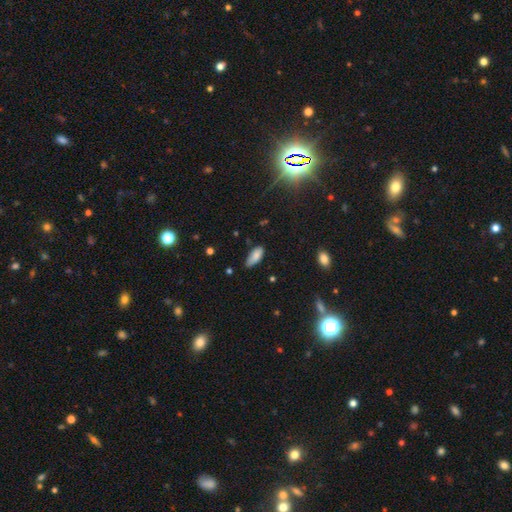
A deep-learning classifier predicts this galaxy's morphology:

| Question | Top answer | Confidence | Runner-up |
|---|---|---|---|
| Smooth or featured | smooth | 84% | star or artifact (8%) |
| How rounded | in between | 86% | cigar-shaped (12%) |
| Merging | none | 62% | minor disturbance (31%) |